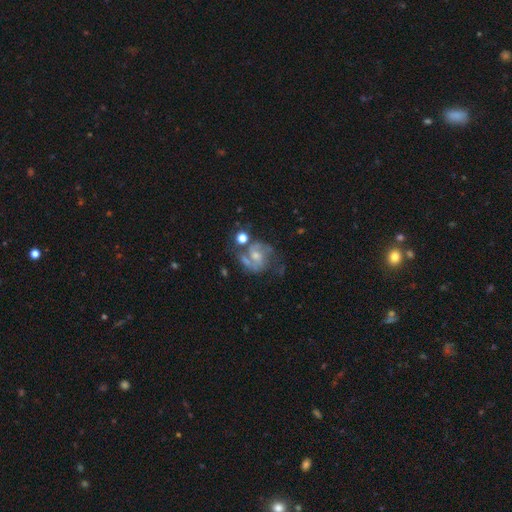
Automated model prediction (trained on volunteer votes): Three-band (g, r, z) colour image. It shows a featured or disk galaxy (77%) with no bar (50%), 2 (77%) medium (54%) spiral arms (92%) and a small central bulge (47%). Merging: none (52%).